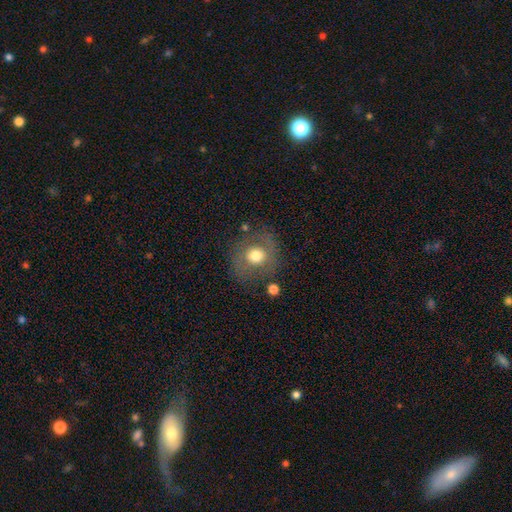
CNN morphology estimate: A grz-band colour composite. It shows a smooth galaxy with no disk features (61%) that is round (84%). Merging: none (75%).